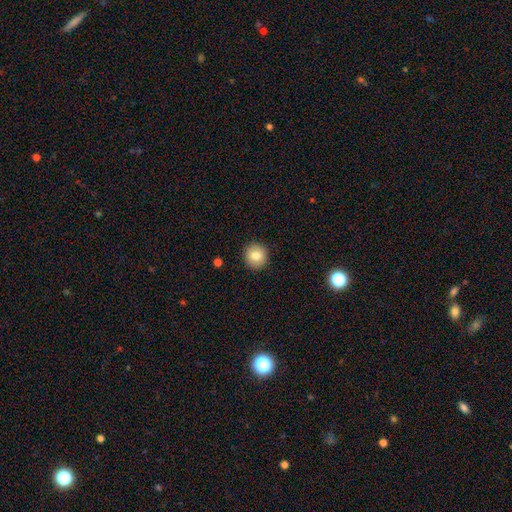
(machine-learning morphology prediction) This is clearly a smooth galaxy (81%). How rounded: clearly round (93%). Merging: clearly none (91%).